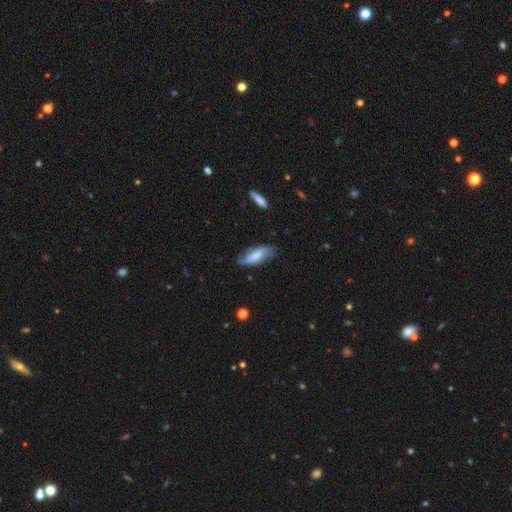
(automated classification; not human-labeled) This is possibly a smooth galaxy (59%). How rounded: likely in between (67%). Merging: likely none (65%).